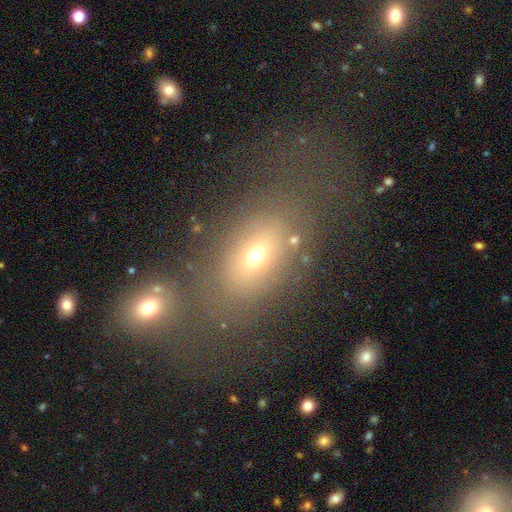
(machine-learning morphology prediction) Smooth or featured? Predicted: smooth (p=0.64). How rounded? Predicted: in between (p=0.76). Merging? Predicted: none (p=0.61).